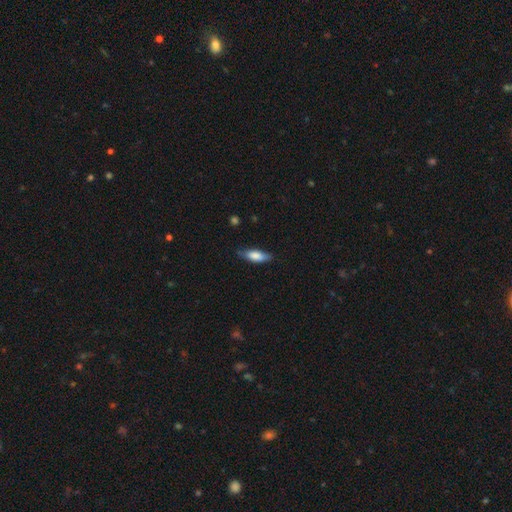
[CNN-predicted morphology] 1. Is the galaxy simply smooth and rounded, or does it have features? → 78% smooth, 16% featured or disk, 6% star or artifact.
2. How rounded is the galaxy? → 66% in between, 32% cigar-shaped, 2% round.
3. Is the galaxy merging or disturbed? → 72% none, 23% minor disturbance, 4% major disturbance, 1% merger.